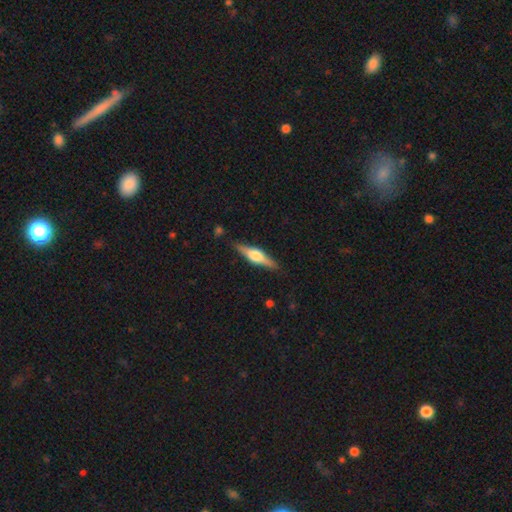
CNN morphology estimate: smooth_or_featured: featured or disk (p=0.69) [alt: smooth p=0.25]
disk_edge_on: yes (p=0.97) [alt: no p=0.03]
edge_on_bulge: rounded (p=0.91) [alt: boxy p=0.08]
merging: none (p=0.88) [alt: minor disturbance p=0.09]